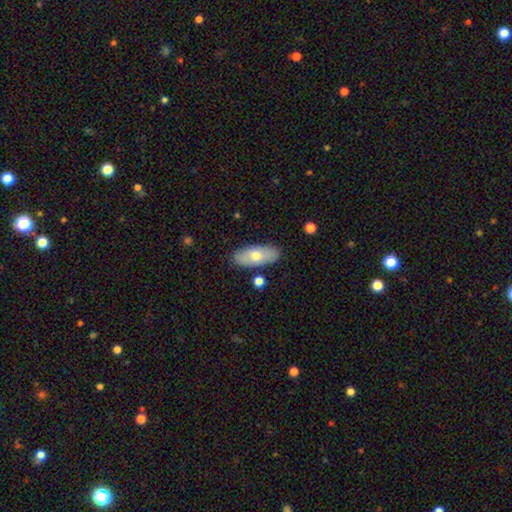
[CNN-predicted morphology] Q: Smooth or featured?
A: smooth (62%); runner-up: featured or disk (32%)
Q: How rounded?
A: in between (87%); runner-up: cigar-shaped (10%)
Q: Merging?
A: none (85%); runner-up: minor disturbance (10%)